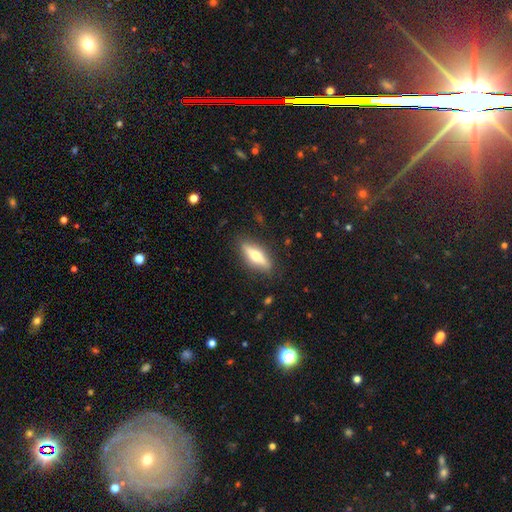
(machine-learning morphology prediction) This is possibly a featured or disk galaxy (47%, tied with smooth). Merging: clearly none (86%).